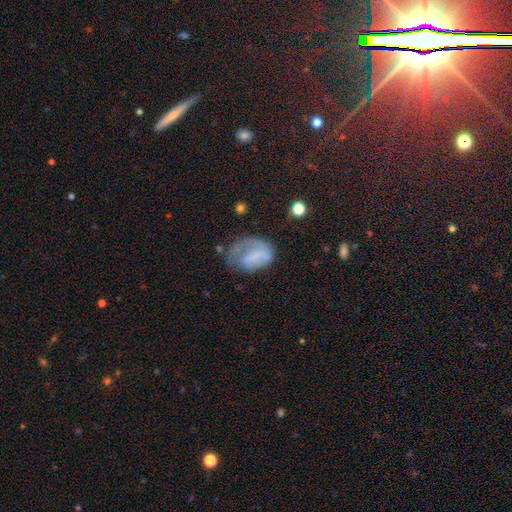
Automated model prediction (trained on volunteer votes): Q: Smooth or featured?
A: smooth (57%); runner-up: featured or disk (33%)
Q: How rounded?
A: in between (77%); runner-up: round (21%)
Q: Merging?
A: major disturbance (35%); runner-up: none (32%)